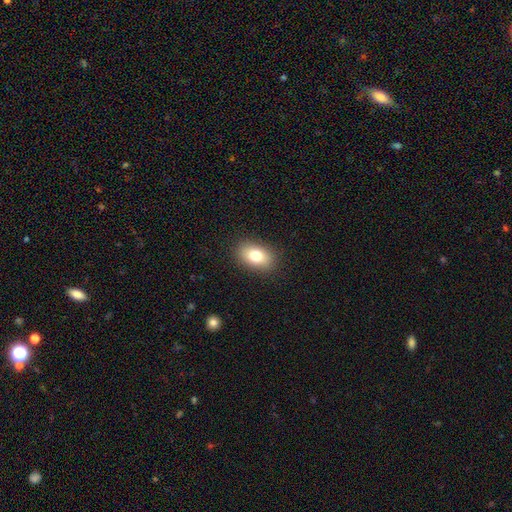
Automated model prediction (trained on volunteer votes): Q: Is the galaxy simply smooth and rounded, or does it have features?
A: smooth — 78%.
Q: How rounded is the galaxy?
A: in between — 84%.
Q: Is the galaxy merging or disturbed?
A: none — 88%.